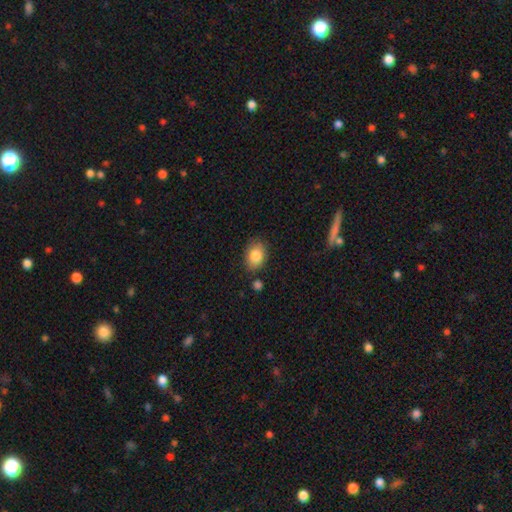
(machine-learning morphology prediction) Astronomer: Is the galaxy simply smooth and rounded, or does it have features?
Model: smooth — 85%.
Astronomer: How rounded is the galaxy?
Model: in between — 74%.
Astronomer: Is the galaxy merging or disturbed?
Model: none — 80%.